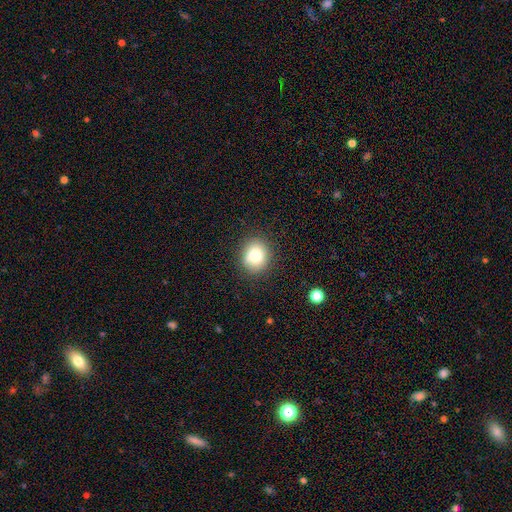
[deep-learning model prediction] smooth_or_featured: smooth (p=0.77) [alt: featured or disk p=0.11]
how_rounded: round (p=0.79) [alt: in between p=0.20]
merging: none (p=0.86) [alt: minor disturbance p=0.10]